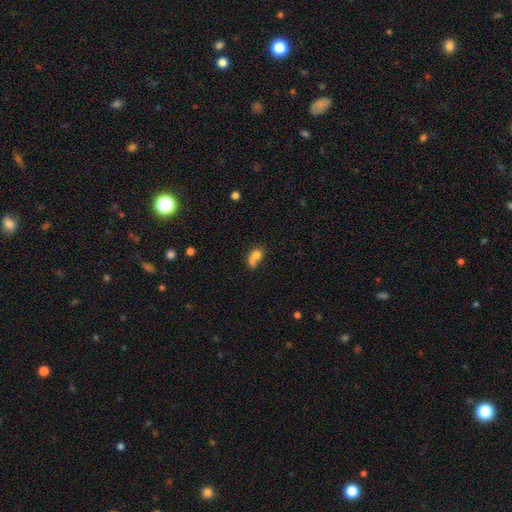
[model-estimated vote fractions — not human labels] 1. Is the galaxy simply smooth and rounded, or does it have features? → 74% smooth, 16% featured or disk, 11% star or artifact.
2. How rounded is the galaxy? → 60% in between, 37% round, 3% cigar-shaped.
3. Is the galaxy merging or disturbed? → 39% merger, 31% none, 18% minor disturbance, 13% major disturbance.